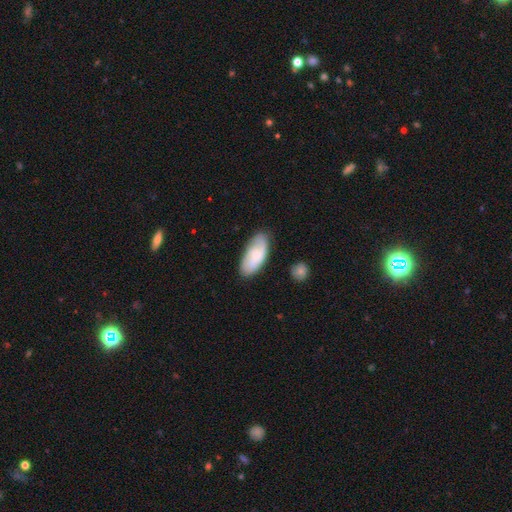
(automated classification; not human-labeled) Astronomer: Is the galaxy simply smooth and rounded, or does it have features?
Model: smooth — 57% (runner-up: featured or disk, 37%).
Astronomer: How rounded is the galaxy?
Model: in between — 88%.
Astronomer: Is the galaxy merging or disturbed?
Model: none — 73%.